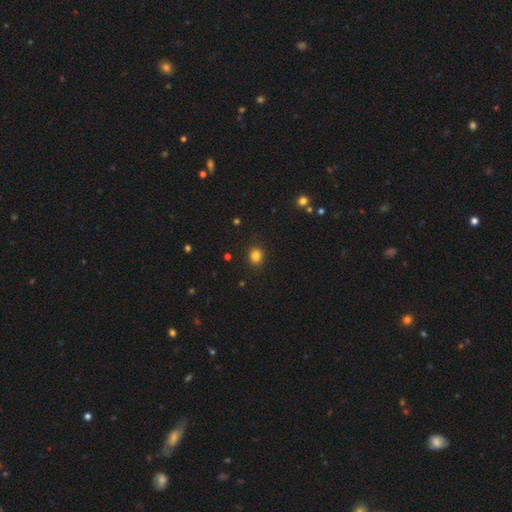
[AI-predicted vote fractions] Q: Smooth or featured?
A: smooth (83%); runner-up: star or artifact (13%)
Q: How rounded?
A: round (81%); runner-up: in between (18%)
Q: Merging?
A: none (91%); runner-up: minor disturbance (6%)